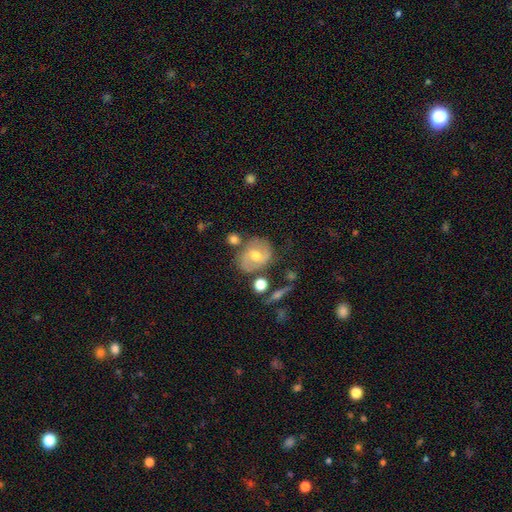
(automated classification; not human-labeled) This appears to be a featured or disk galaxy (57%) with a weak bar (45%), spiral arms (74%) and a moderate central bulge (72%). Merging: none (66%).